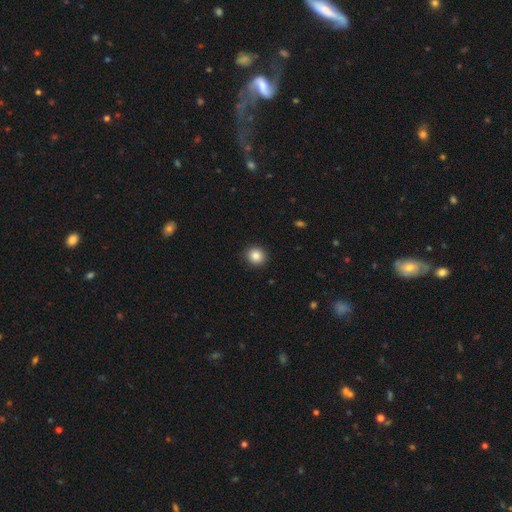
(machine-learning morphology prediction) Overall: smooth (85%). How rounded: round (89%). Merging: none (92%).